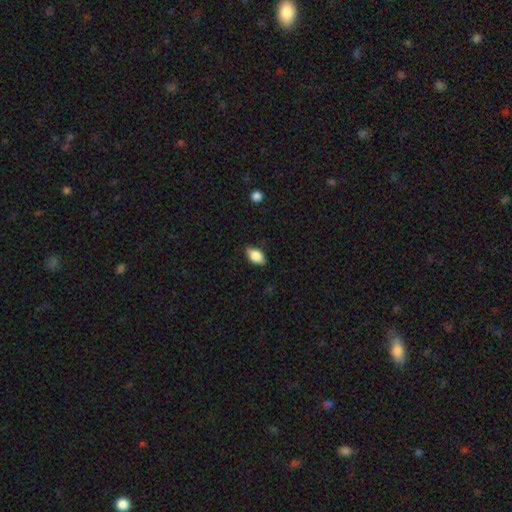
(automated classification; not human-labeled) Smooth or featured? Predicted: smooth (p=0.79). How rounded? Predicted: in between (p=0.89). Merging? Predicted: none (p=0.81).